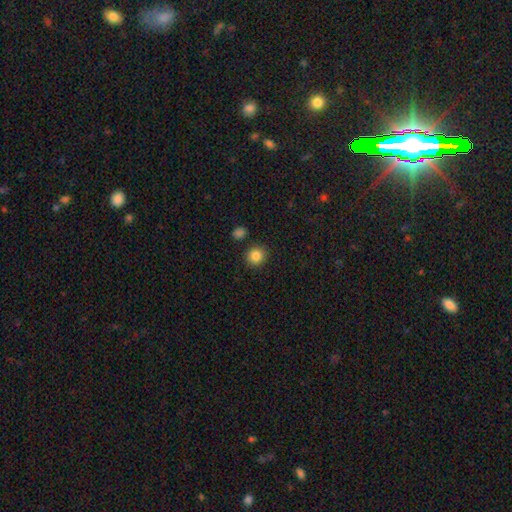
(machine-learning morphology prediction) Overall: smooth (85%). How rounded: round (89%). Merging: none (88%).